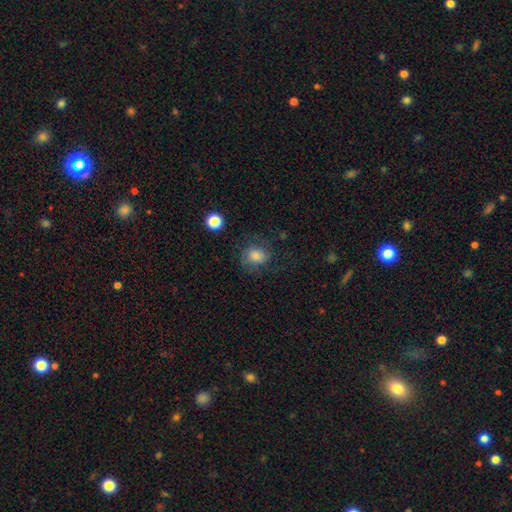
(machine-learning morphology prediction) smooth_or_featured: smooth (p=0.65) [alt: featured or disk p=0.23]
how_rounded: round (p=0.72) [alt: in between p=0.27]
merging: none (p=0.68) [alt: minor disturbance p=0.18]